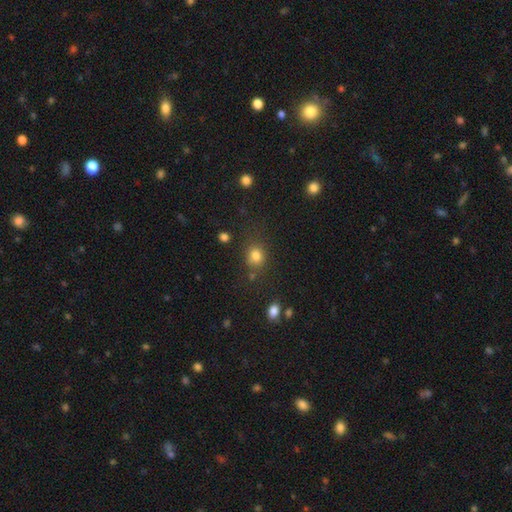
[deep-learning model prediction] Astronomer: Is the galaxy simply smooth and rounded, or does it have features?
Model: smooth — 81%.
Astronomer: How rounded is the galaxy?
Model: round — 69%.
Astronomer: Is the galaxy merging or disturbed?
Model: none — 70%.